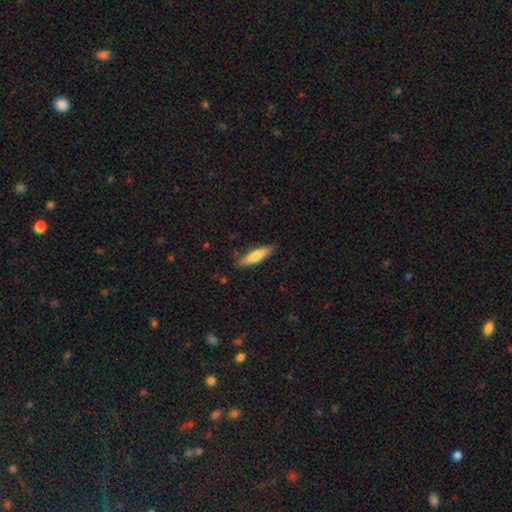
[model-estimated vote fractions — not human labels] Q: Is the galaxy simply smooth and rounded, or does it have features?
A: smooth — 70%.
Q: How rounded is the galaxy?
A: cigar-shaped — 70%.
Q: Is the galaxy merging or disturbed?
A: none — 83%.